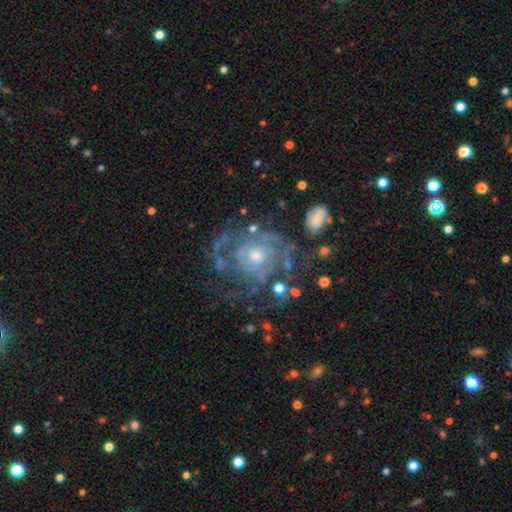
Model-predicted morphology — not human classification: smooth_or_featured: featured or disk (p=0.83) [alt: smooth p=0.10]
disk_edge_on: no (p=0.98) [alt: yes p=0.02]
bar: no (p=0.82) [alt: weak p=0.15]
has_spiral_arms: yes (p=0.83) [alt: no p=0.17]
spiral_winding: tight (p=0.61) [alt: medium p=0.27]
spiral_arm_count: can't tell (p=0.45) [alt: 2 p=0.17]
bulge_size: moderate (p=0.52) [alt: small p=0.39]
merging: none (p=0.57) [alt: major disturbance p=0.22]